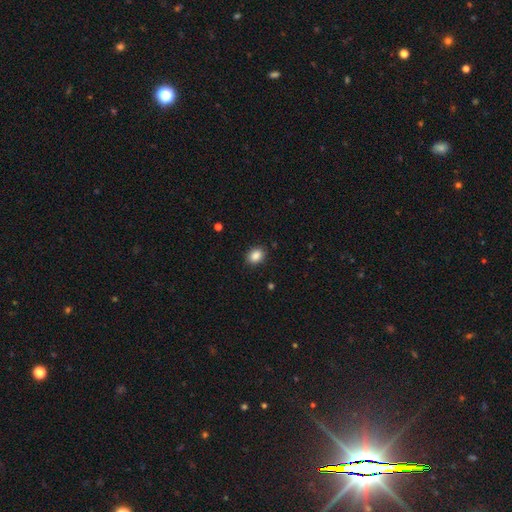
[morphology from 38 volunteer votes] Volunteers were most divided on "how rounded": in between: 51%, round: 49%, cigar-shaped: 0%. More confident: merging — none (97%); smooth or featured — smooth (92%).